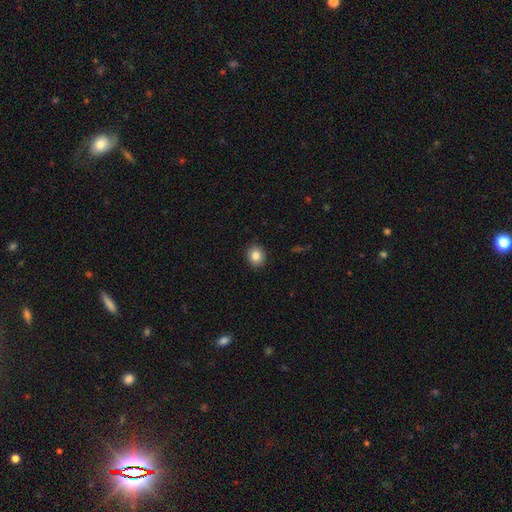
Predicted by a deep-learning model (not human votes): Smooth or featured?
  - smooth: 84% *
  - star or artifact: 10%
  - featured or disk: 7%
How rounded?
  - round: 78% *
  - in between: 22%
  - cigar-shaped: 1%
Merging?
  - none: 91% *
  - minor disturbance: 6%
  - major disturbance: 2%
  - merger: 1%